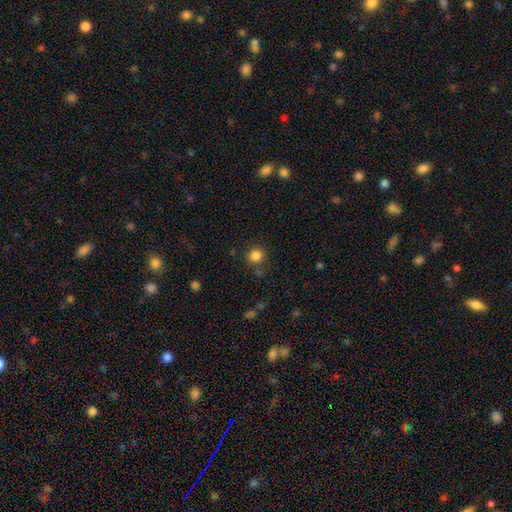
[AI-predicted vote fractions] smooth_or_featured: smooth (p=0.84) [alt: star or artifact p=0.12]
how_rounded: round (p=0.86) [alt: in between p=0.13]
merging: none (p=0.81) [alt: minor disturbance p=0.10]